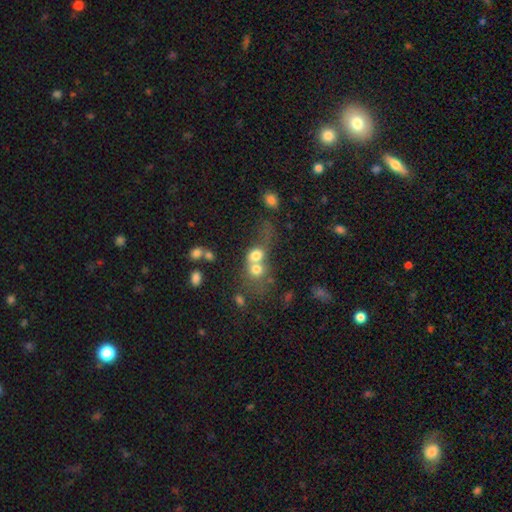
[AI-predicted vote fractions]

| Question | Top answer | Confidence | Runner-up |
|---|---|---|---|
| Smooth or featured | smooth | 68% | featured or disk (19%) |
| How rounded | round | 64% | in between (34%) |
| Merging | merger | 69% | none (16%) |